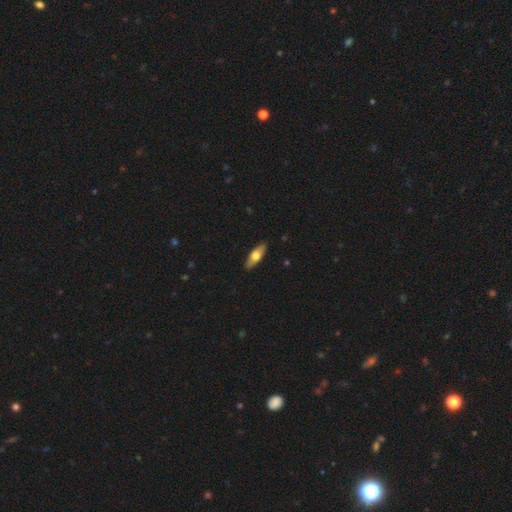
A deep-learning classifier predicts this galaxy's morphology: Smooth or featured? smooth (56%)
How rounded? in between (62%)
Merging? none (89%)